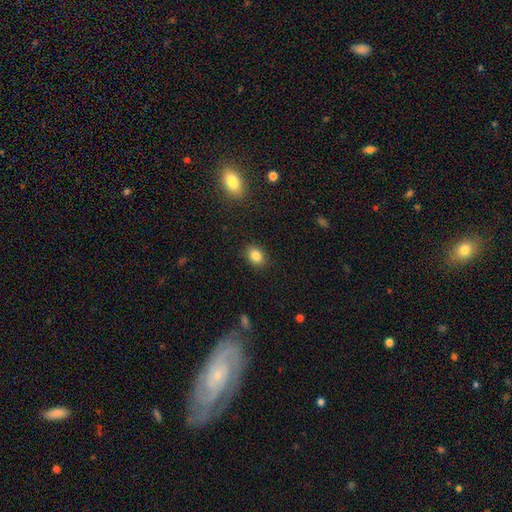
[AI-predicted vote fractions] smooth 84%, star or artifact 10%, featured or disk 6%. Down the decision tree: how rounded — in between (66%); merging — none (88%).